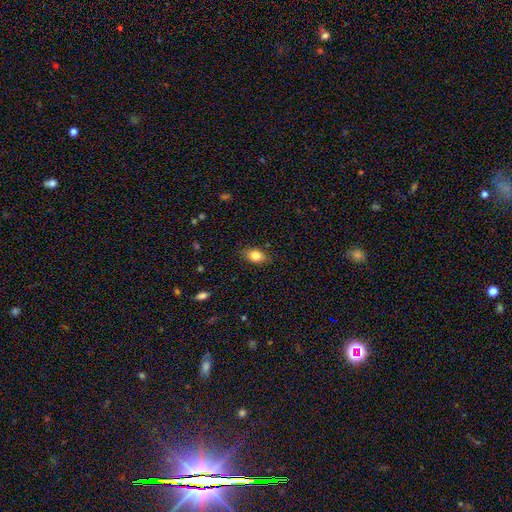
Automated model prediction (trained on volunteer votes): A smooth galaxy with no disk features (83%) that is in between round and cigar-shaped (83%). Merging: none (83%).